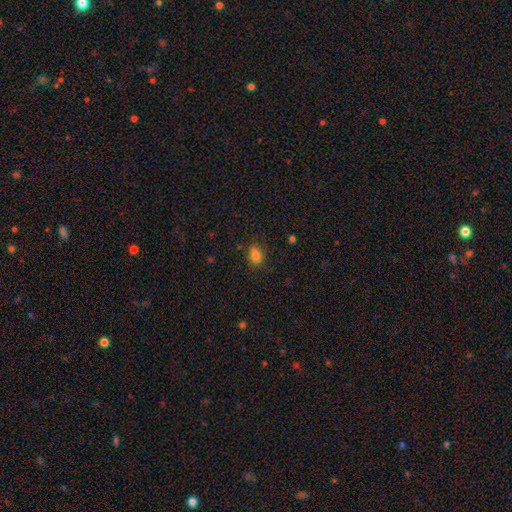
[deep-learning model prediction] Q: Smooth or featured?
A: smooth (78%); runner-up: star or artifact (14%)
Q: How rounded?
A: in between (56%); runner-up: round (42%)
Q: Merging?
A: none (70%); runner-up: minor disturbance (19%)